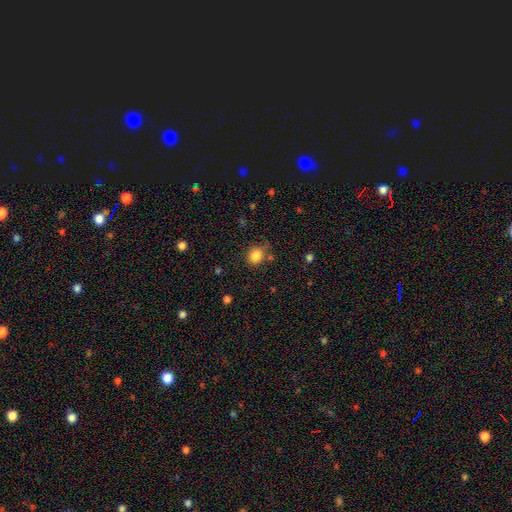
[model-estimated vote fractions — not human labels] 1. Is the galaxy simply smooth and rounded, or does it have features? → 84% smooth, 11% star or artifact, 5% featured or disk.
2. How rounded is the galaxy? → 70% round, 29% in between, 1% cigar-shaped.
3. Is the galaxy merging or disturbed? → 69% none, 20% minor disturbance, 6% merger, 5% major disturbance.